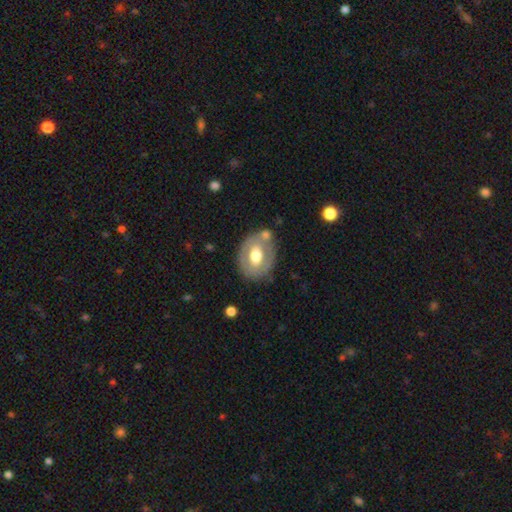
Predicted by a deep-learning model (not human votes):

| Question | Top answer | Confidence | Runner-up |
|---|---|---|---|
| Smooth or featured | featured or disk | 48% | smooth (46%) |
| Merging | none | 67% | minor disturbance (17%) |